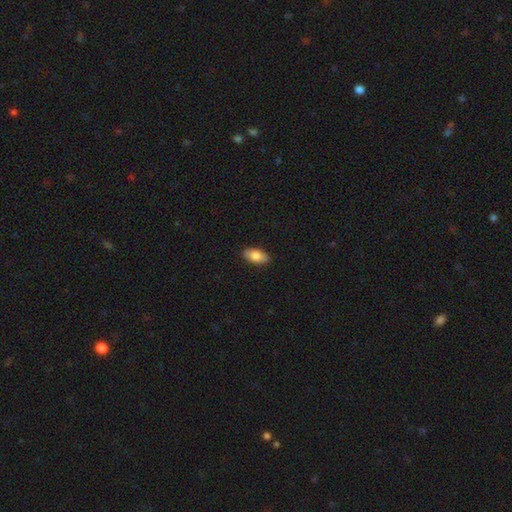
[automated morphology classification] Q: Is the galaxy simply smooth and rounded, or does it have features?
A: smooth — 82%.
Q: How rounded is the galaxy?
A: in between — 91%.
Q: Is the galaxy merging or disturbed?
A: none — 88%.